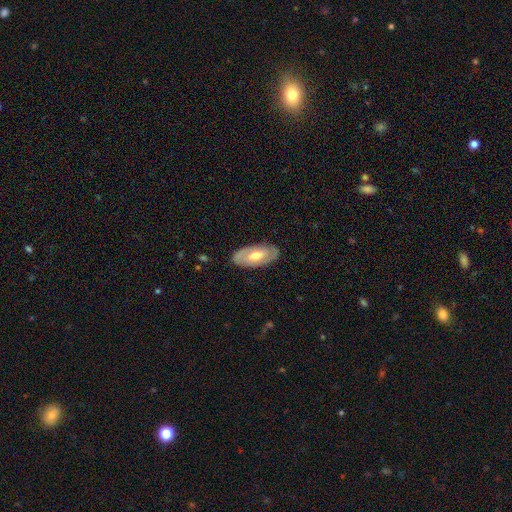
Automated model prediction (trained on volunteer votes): Smooth or featured? featured or disk (56%)
Edge-on disk? no (86%)
Merging? none (86%)